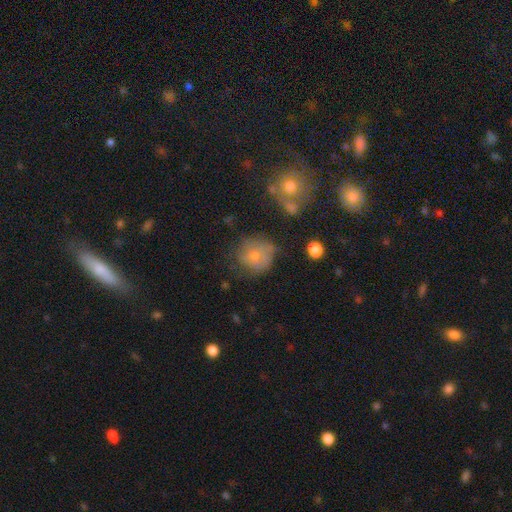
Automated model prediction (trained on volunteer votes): Smooth or featured? Predicted: smooth (p=0.67). How rounded? Predicted: round (p=0.79). Merging? Predicted: none (p=0.51).